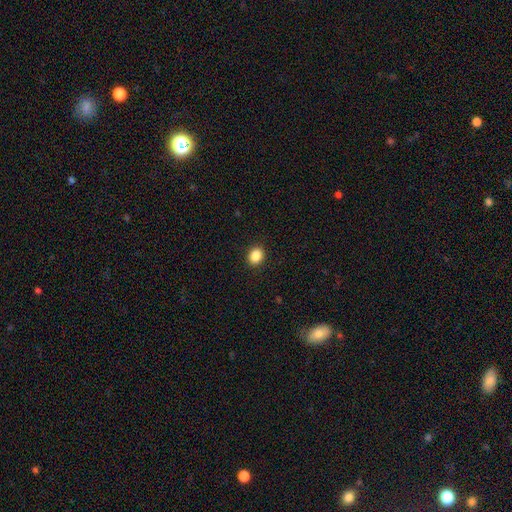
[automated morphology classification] Smooth or featured?
  - smooth: 87% *
  - star or artifact: 9%
  - featured or disk: 3%
How rounded?
  - round: 56% *
  - in between: 43%
  - cigar-shaped: 1%
Merging?
  - none: 91% *
  - minor disturbance: 6%
  - major disturbance: 2%
  - merger: 1%